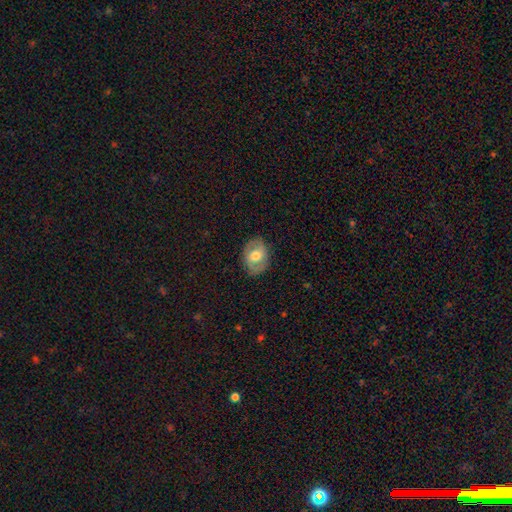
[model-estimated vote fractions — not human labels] Q: Smooth or featured?
A: smooth (51%); runner-up: featured or disk (42%)
Q: How rounded?
A: in between (66%); runner-up: round (33%)
Q: Merging?
A: none (83%); runner-up: minor disturbance (12%)